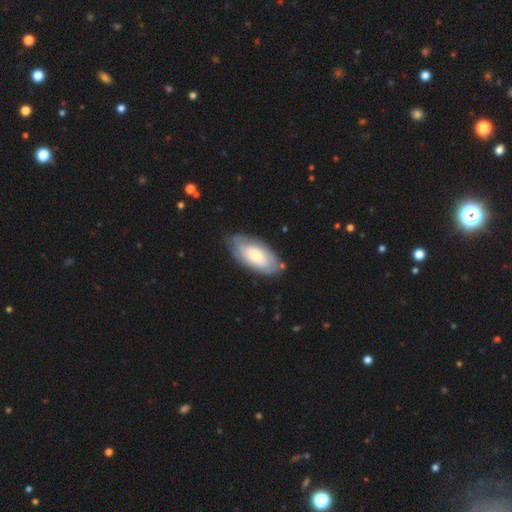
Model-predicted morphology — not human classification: smooth_or_featured: smooth (p=0.50) [alt: featured or disk p=0.44]
how_rounded: in between (p=0.91) [alt: cigar-shaped p=0.07]
merging: none (p=0.72) [alt: minor disturbance p=0.20]